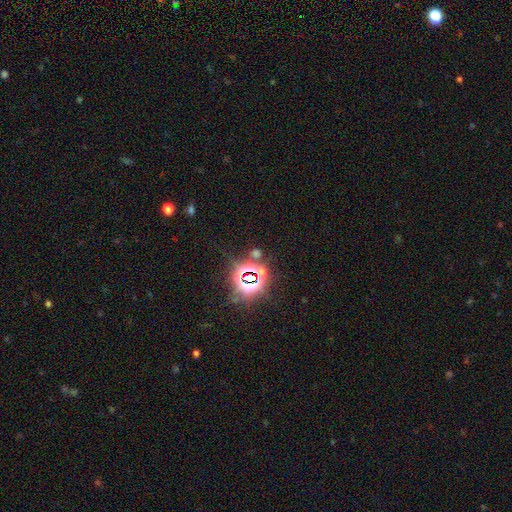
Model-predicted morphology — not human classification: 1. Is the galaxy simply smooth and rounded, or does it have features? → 79% star or artifact, 13% smooth, 8% featured or disk.